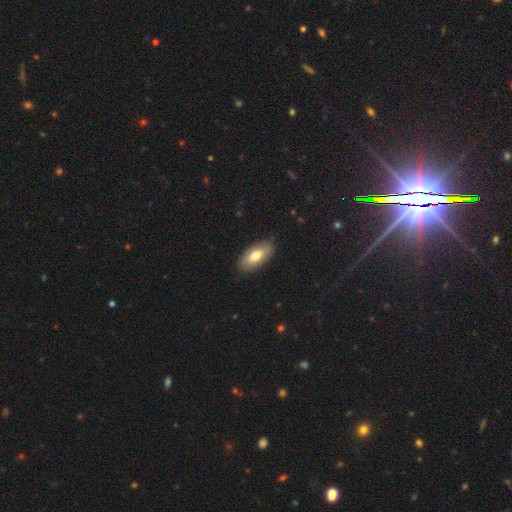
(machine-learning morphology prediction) smooth-or-featured: smooth: 73% | featured or disk: 21% | star or artifact: 6%
  how-rounded: in between: 91% | cigar-shaped: 7% | round: 3%
  merging: none: 87% | minor disturbance: 10% | major disturbance: 2% | merger: 1%